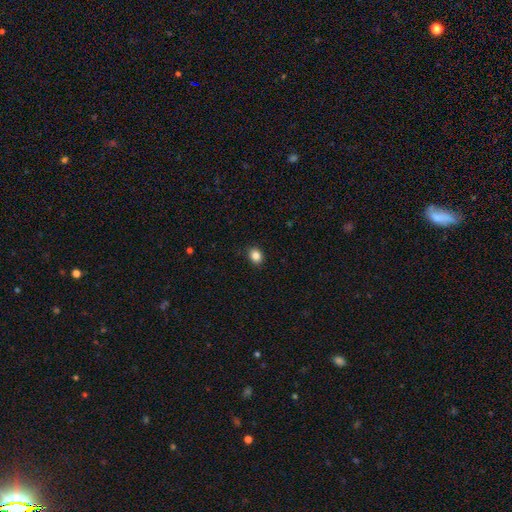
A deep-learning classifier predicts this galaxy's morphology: Q: Smooth or featured?
A: smooth (86%); runner-up: star or artifact (10%)
Q: How rounded?
A: in between (50%); runner-up: round (49%)
Q: Merging?
A: none (89%); runner-up: minor disturbance (8%)